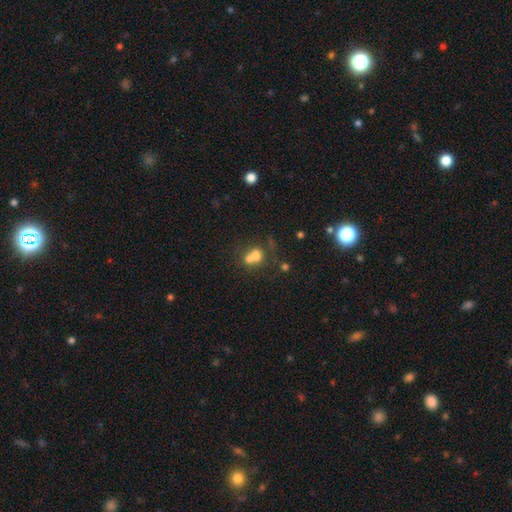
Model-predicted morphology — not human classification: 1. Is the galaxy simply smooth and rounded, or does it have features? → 63% smooth, 23% featured or disk, 15% star or artifact.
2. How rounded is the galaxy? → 64% round, 34% in between, 1% cigar-shaped.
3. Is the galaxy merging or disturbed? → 63% merger, 25% none, 7% minor disturbance, 6% major disturbance.